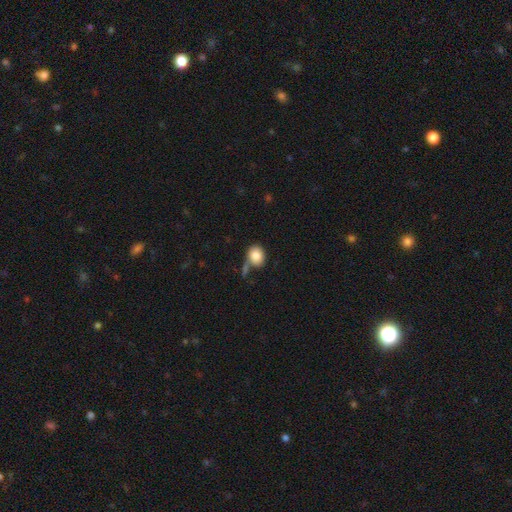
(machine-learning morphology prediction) Smooth or featured? smooth (84%)
How rounded? round (60%)
Merging? none (61%)